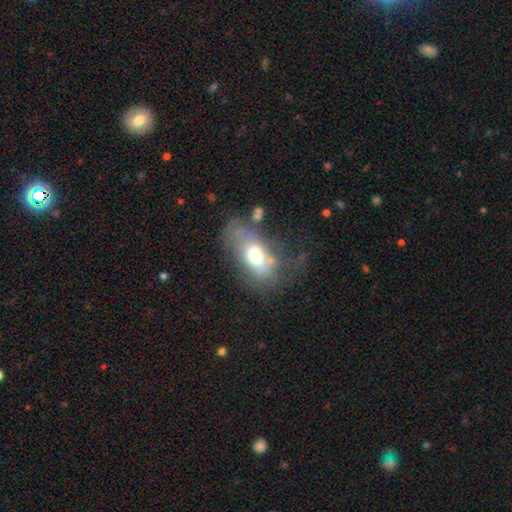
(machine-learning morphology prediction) A smooth galaxy with no disk features (62%) that is in between round and cigar-shaped (86%). Merging: none (42%).